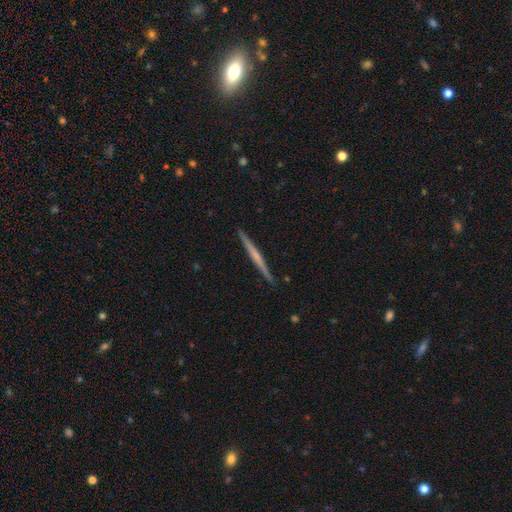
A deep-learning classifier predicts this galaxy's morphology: This is likely a featured or disk galaxy (62%). It is clearly viewed edge-on (98%). Edge-on bulge: likely none (66%). Merging: clearly none (92%).